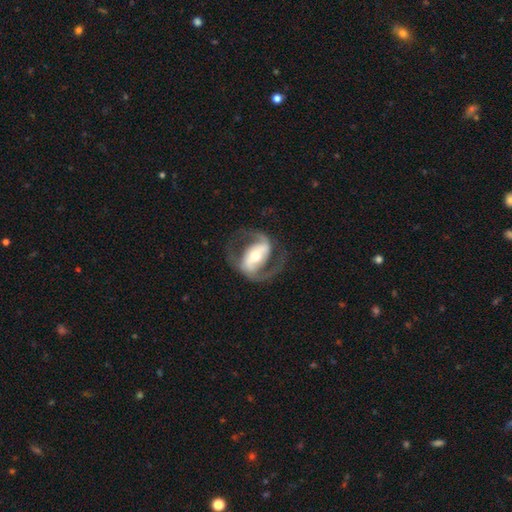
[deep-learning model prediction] Smooth or featured? Predicted: featured or disk (p=0.88). Edge-on disk? Predicted: no (p=0.96). Bar? Predicted: strong (p=0.60). Spiral arms? Predicted: yes (p=0.91). Spiral winding? Predicted: medium (p=0.55). Spiral arm count? Predicted: 2 (p=0.91). Bulge size? Predicted: moderate (p=0.61). Merging? Predicted: none (p=0.74).